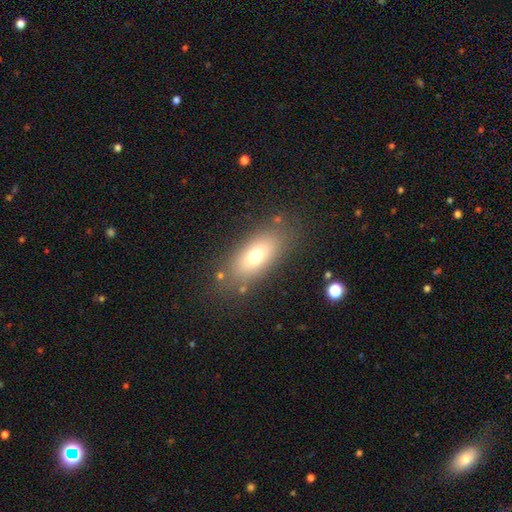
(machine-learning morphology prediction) smooth-or-featured: smooth: 70% | featured or disk: 20% | star or artifact: 10%
  how-rounded: in between: 83% | cigar-shaped: 12% | round: 5%
  merging: none: 80% | minor disturbance: 12% | major disturbance: 5% | merger: 3%